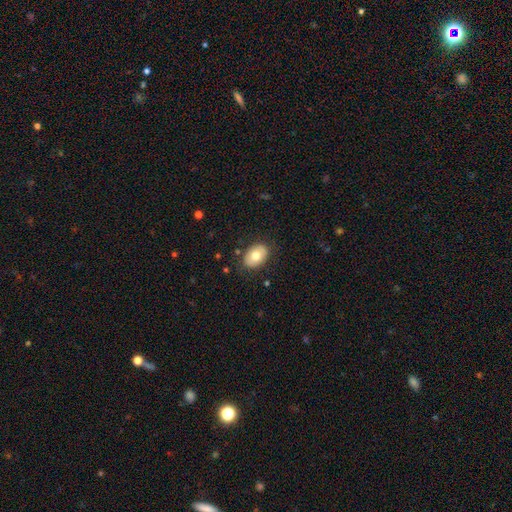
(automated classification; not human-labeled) smooth_or_featured: smooth (p=0.75) [alt: featured or disk p=0.18]
how_rounded: in between (p=0.83) [alt: round p=0.16]
merging: none (p=0.84) [alt: minor disturbance p=0.12]